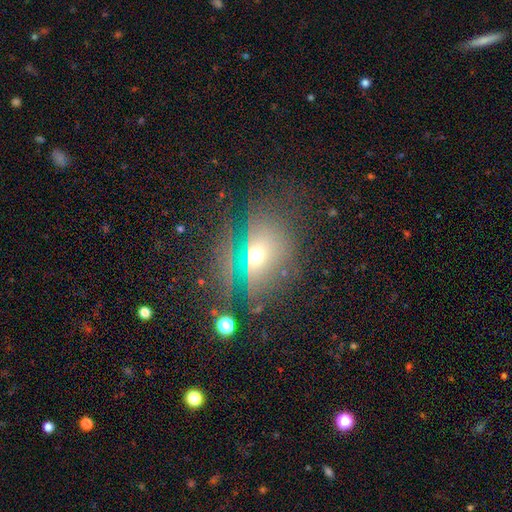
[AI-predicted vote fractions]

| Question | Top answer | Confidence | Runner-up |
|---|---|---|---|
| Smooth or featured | smooth | 47% | star or artifact (27%) |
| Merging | none | 64% | minor disturbance (17%) |